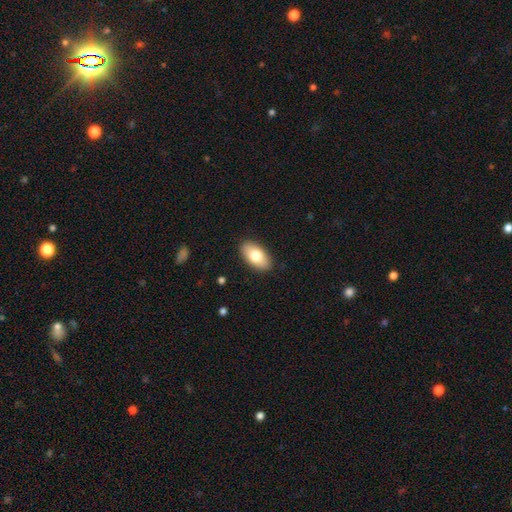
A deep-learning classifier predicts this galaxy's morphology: smooth_or_featured: smooth (p=0.76) [alt: featured or disk p=0.18]
how_rounded: in between (p=0.94) [alt: round p=0.04]
merging: none (p=0.89) [alt: minor disturbance p=0.08]